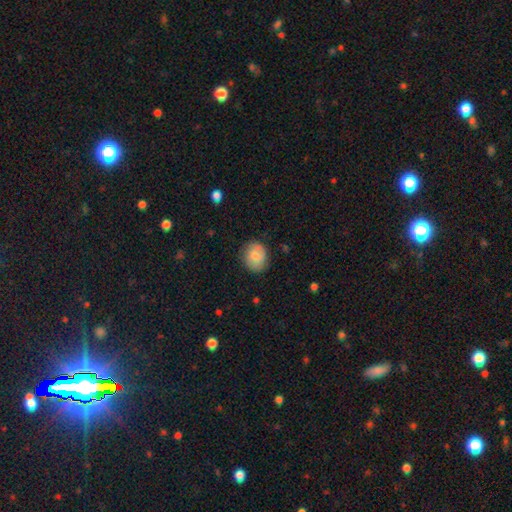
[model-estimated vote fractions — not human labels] Smooth or featured? smooth (75%)
How rounded? round (57%)
Merging? none (81%)